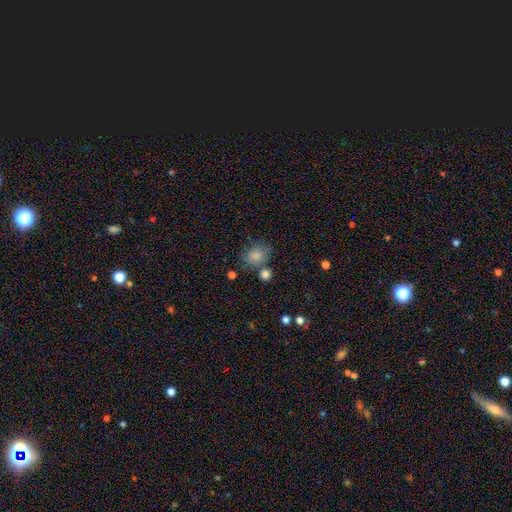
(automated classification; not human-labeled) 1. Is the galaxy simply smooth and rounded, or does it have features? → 82% smooth, 9% star or artifact, 8% featured or disk.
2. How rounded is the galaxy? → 51% in between, 48% round, 1% cigar-shaped.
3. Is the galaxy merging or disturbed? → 64% none, 17% minor disturbance, 13% merger, 6% major disturbance.